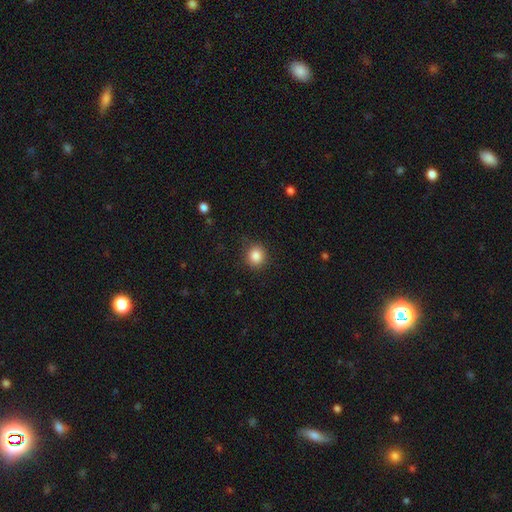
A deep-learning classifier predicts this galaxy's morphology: Overall: smooth (86%). How rounded: round (83%). Merging: none (84%).